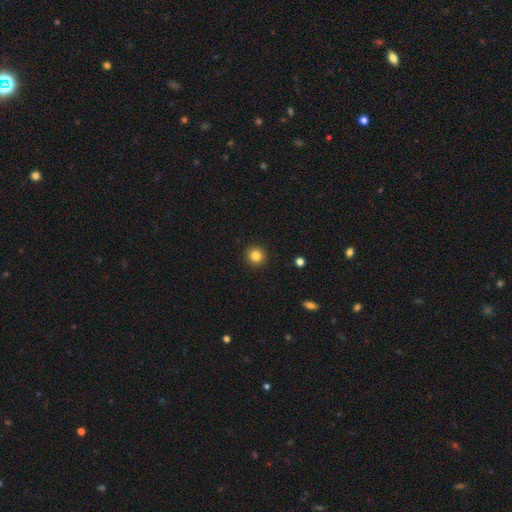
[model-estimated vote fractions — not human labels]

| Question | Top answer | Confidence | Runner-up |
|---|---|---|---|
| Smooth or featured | smooth | 84% | star or artifact (11%) |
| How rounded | round | 94% | in between (5%) |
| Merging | none | 93% | minor disturbance (5%) |